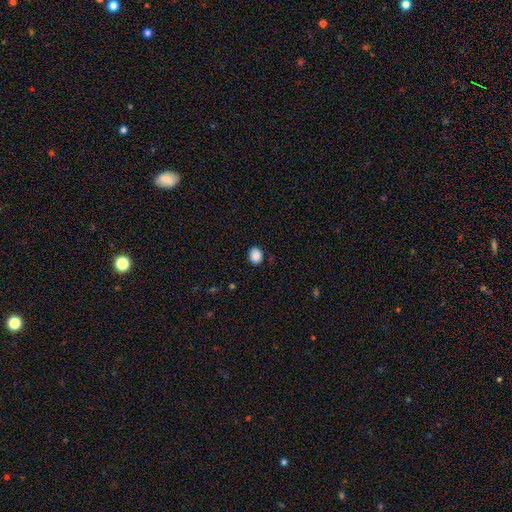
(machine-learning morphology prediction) A smooth galaxy with no disk features (88%) that is round (56%).

Vote fractions:
- Smooth or featured? smooth: 88% / star or artifact: 9% / featured or disk: 3%
- How rounded? round: 56% / in between: 43% / cigar-shaped: 1%
- Merging? none: 86% / minor disturbance: 11% / major disturbance: 2% / merger: 1%